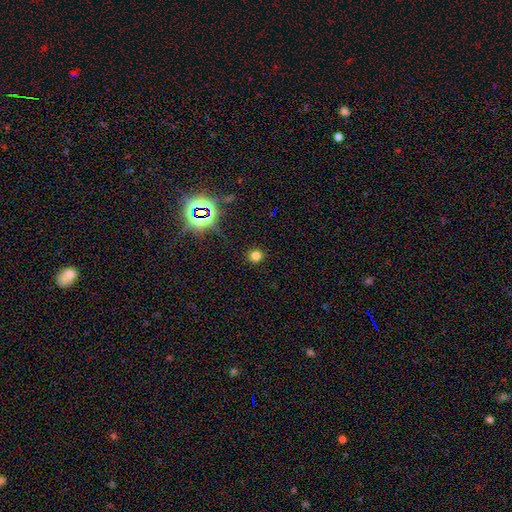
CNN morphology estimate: Smooth or featured: smooth — 73% (star or artifact — 21%)
How rounded: round — 93% (in between — 6%)
Merging: none — 91% (minor disturbance — 5%)